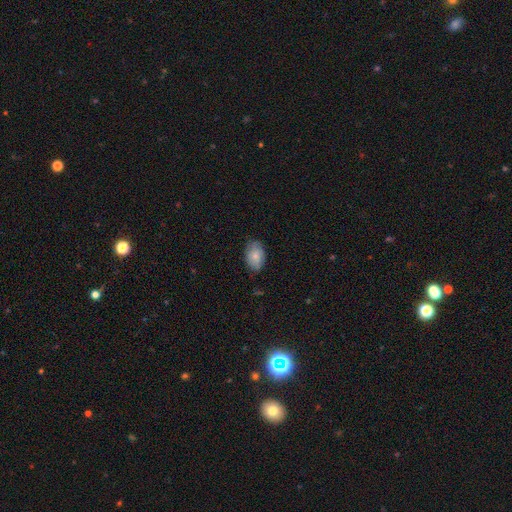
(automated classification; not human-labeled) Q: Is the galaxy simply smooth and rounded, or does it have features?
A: smooth — 79%.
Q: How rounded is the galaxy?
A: in between — 89%.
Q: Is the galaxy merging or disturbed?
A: none — 75%.